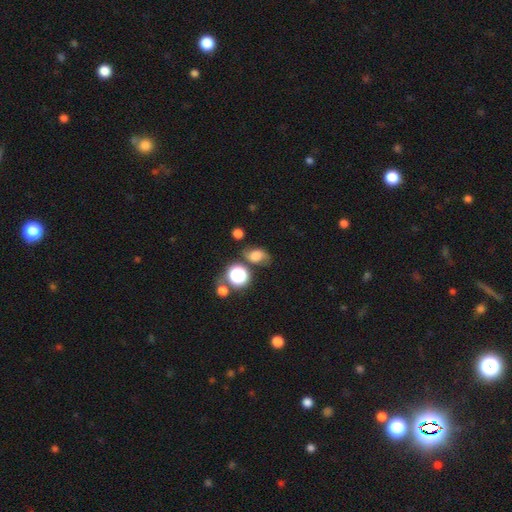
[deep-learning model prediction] smooth_or_featured: smooth (p=0.53) [alt: featured or disk p=0.29]
how_rounded: in between (p=0.61) [alt: round p=0.37]
merging: none (p=0.59) [alt: minor disturbance p=0.23]